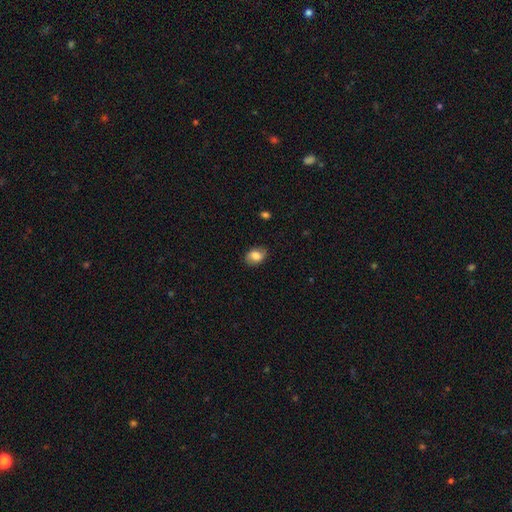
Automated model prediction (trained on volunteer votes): A smooth galaxy with no disk features (78%) that is in between round and cigar-shaped (77%).

Vote fractions:
- Smooth or featured? smooth: 78% / featured or disk: 14% / star or artifact: 8%
- How rounded? in between: 77% / round: 22% / cigar-shaped: 1%
- Merging? none: 82% / minor disturbance: 13% / major disturbance: 3% / merger: 1%